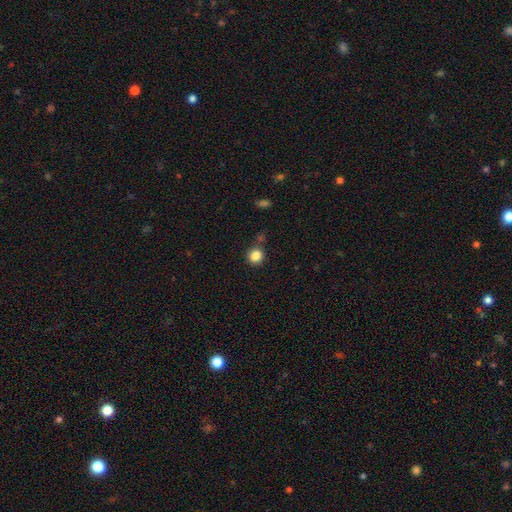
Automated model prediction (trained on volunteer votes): The model was most divided on "merging": none: 80%, minor disturbance: 10%, merger: 6%, major disturbance: 3%. More confident: how rounded — round (88%); smooth or featured — smooth (85%).